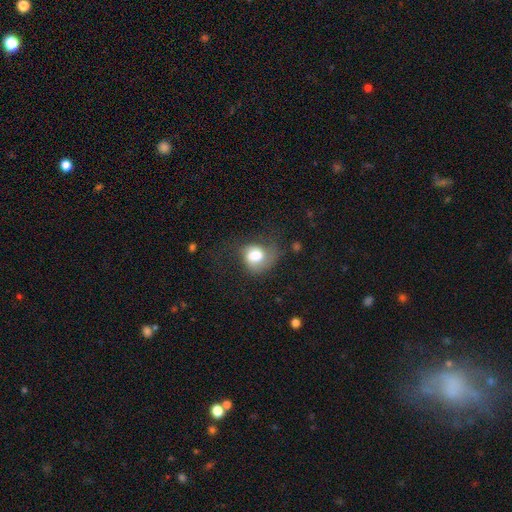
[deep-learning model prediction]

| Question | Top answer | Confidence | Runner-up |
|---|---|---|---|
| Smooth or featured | smooth | 60% | featured or disk (31%) |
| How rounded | round | 57% | in between (42%) |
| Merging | none | 37% | major disturbance (31%) |